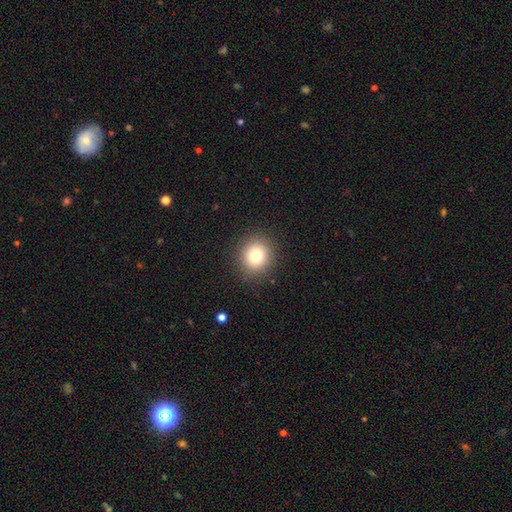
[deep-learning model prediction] Smooth or featured? smooth (77%)
How rounded? round (89%)
Merging? none (90%)